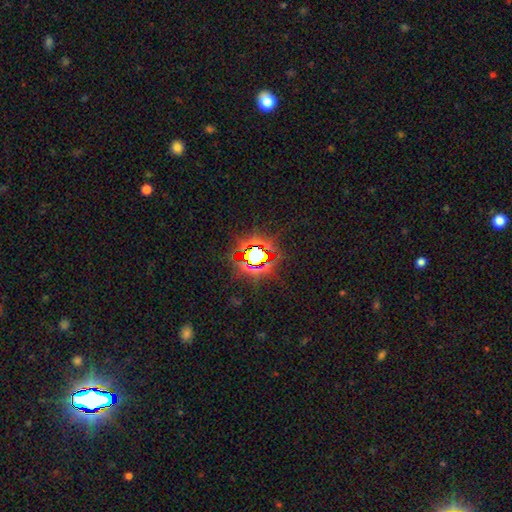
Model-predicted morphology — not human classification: smooth-or-featured: star or artifact: 78% | smooth: 12% | featured or disk: 10%